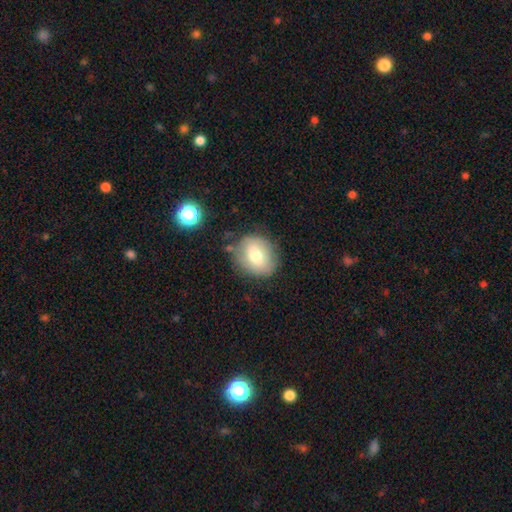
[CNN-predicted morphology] This is likely a smooth galaxy (70%). How rounded: likely round (66%). Merging: likely none (75%).